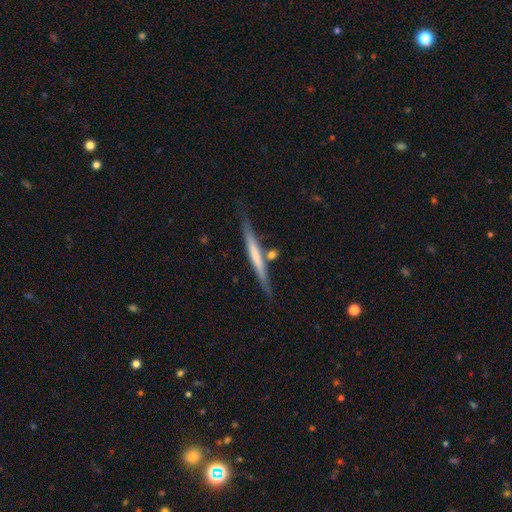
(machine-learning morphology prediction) This appears to be a featured or disk galaxy (51%) viewed edge-on (96%). Merging: none (78%).